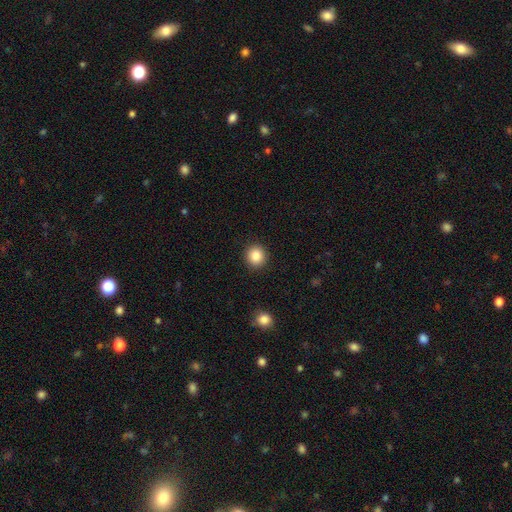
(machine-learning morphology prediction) Q: Smooth or featured?
A: smooth (86%); runner-up: star or artifact (9%)
Q: How rounded?
A: round (90%); runner-up: in between (9%)
Q: Merging?
A: none (92%); runner-up: minor disturbance (5%)